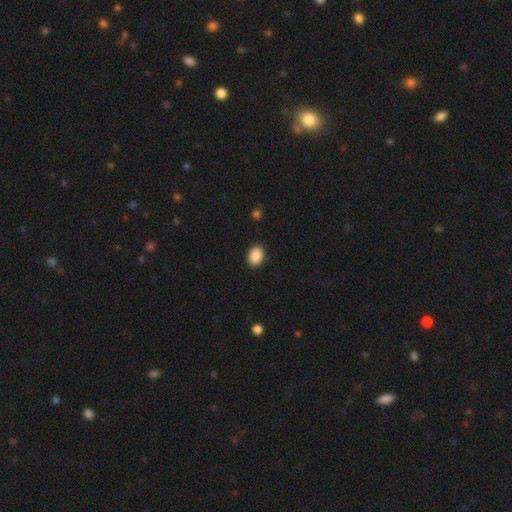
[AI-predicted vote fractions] Smooth or featured: smooth — 89% (star or artifact — 8%)
How rounded: in between — 73% (round — 26%)
Merging: none — 89% (minor disturbance — 8%)